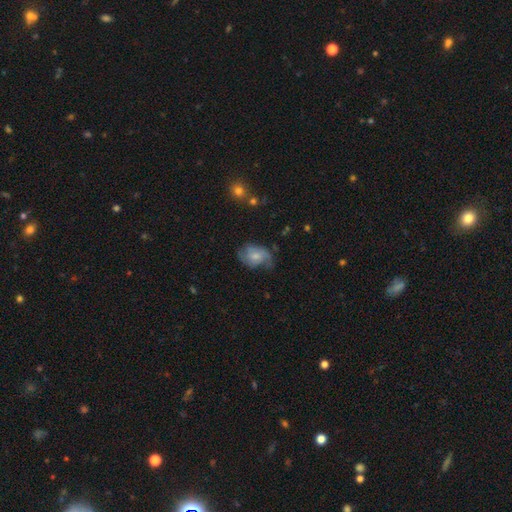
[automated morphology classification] This is possibly a featured or disk galaxy (52%). It is clearly not viewed edge-on (96%). Bar: likely no (66%). Spiral arm pattern: clearly yes (83%). Central bulge: marginally moderate (43%). Merging: possibly none (49%).